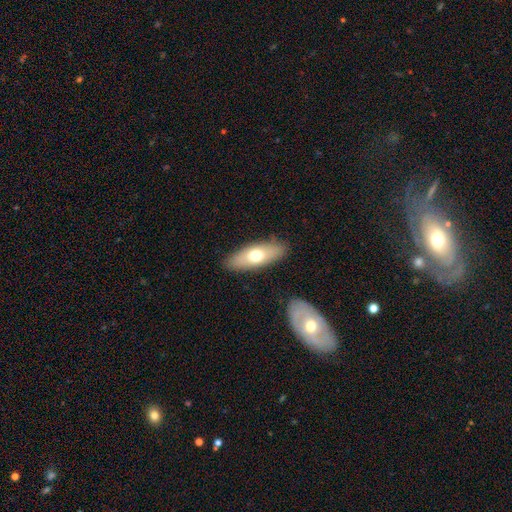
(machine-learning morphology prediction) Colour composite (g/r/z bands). It shows a smooth galaxy with no disk features (64%) that is in between round and cigar-shaped (70%). Merging: none (87%).